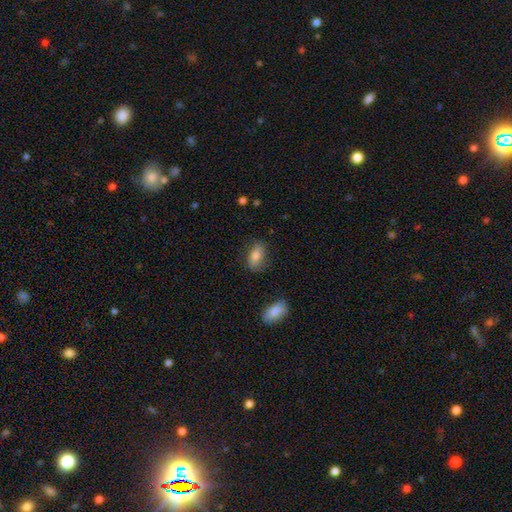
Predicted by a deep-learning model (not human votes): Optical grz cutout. It shows a smooth galaxy with no disk features (77%) that is in between round and cigar-shaped (88%). Merging: none (75%).